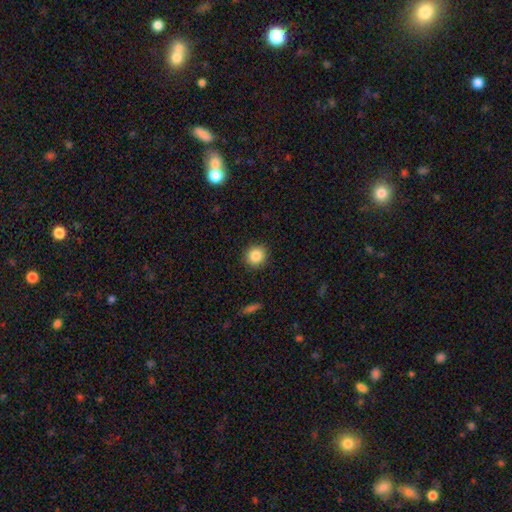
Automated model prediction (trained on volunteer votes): smooth_or_featured: smooth (p=0.85) [alt: star or artifact p=0.10]
how_rounded: round (p=0.91) [alt: in between p=0.08]
merging: none (p=0.90) [alt: minor disturbance p=0.07]